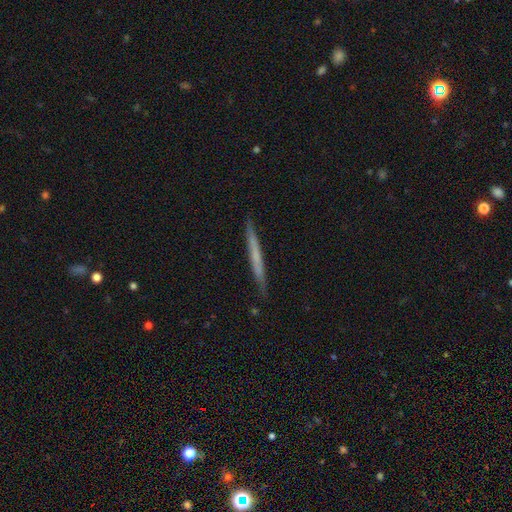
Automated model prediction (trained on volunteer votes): The model was most divided on "smooth or featured": smooth: 50%, featured or disk: 45%, star or artifact: 6%. More confident: merging — none (90%).